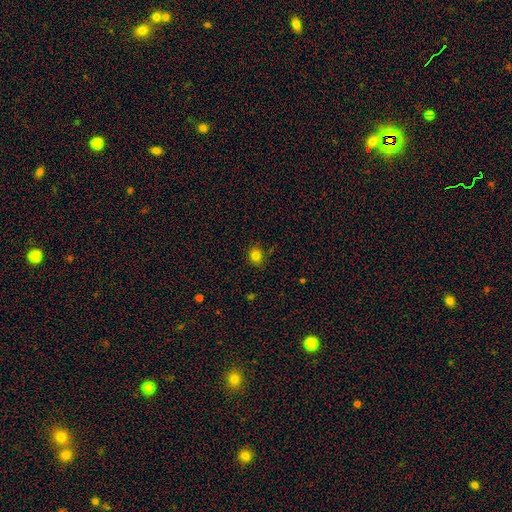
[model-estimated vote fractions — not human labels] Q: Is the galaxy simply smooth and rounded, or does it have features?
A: smooth — 81%.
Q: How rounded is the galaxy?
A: round — 73%.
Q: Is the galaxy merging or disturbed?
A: none — 86%.